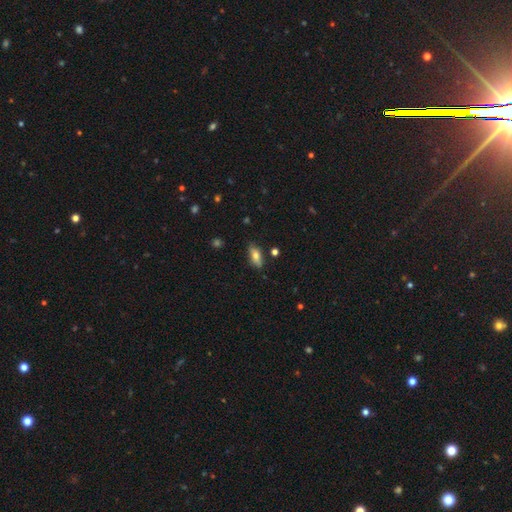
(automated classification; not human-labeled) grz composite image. It shows a smooth galaxy with no disk features (72%) that is in between round and cigar-shaped (76%). Merging: none (80%).